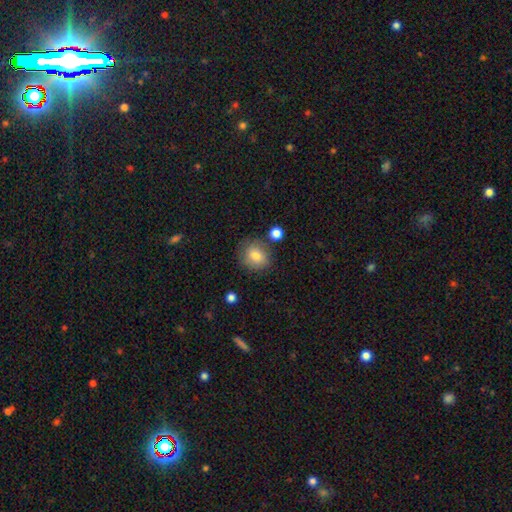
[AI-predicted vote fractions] Smooth or featured? Predicted: smooth (p=0.79). How rounded? Predicted: round (p=0.79). Merging? Predicted: none (p=0.75).